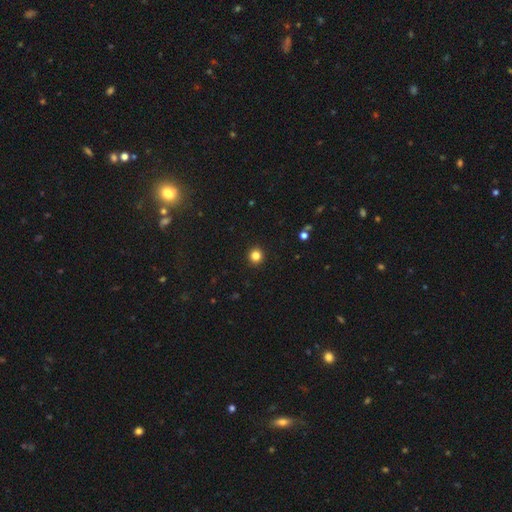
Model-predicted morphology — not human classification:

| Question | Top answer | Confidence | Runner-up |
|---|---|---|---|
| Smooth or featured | smooth | 83% | star or artifact (13%) |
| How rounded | round | 93% | in between (6%) |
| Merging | none | 93% | minor disturbance (4%) |